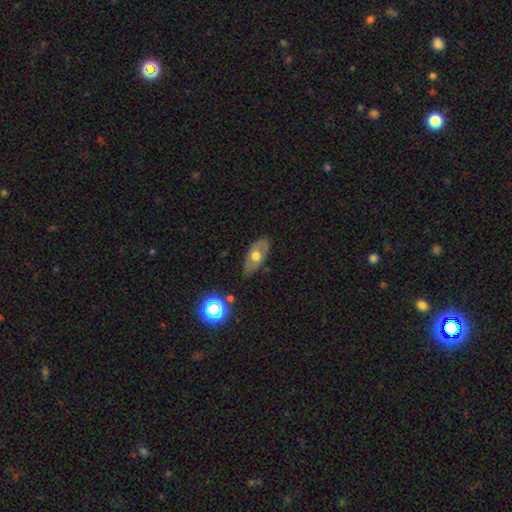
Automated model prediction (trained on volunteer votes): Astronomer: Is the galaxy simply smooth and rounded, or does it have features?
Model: smooth — 47% (runner-up: featured or disk, 44%).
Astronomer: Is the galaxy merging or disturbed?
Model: none — 76%.